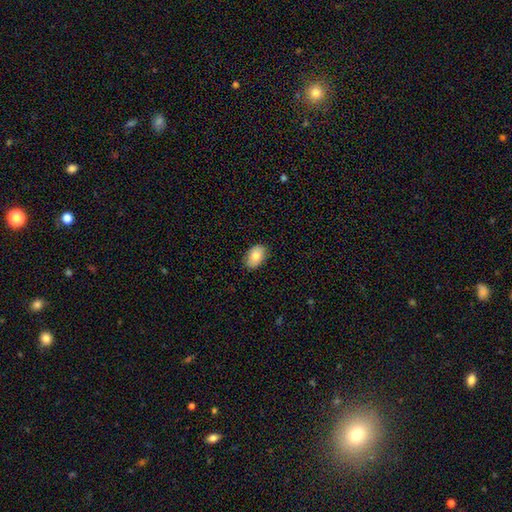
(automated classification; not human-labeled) Smooth or featured: smooth — 82% (featured or disk — 11%)
How rounded: in between — 88% (round — 11%)
Merging: none — 86% (minor disturbance — 11%)